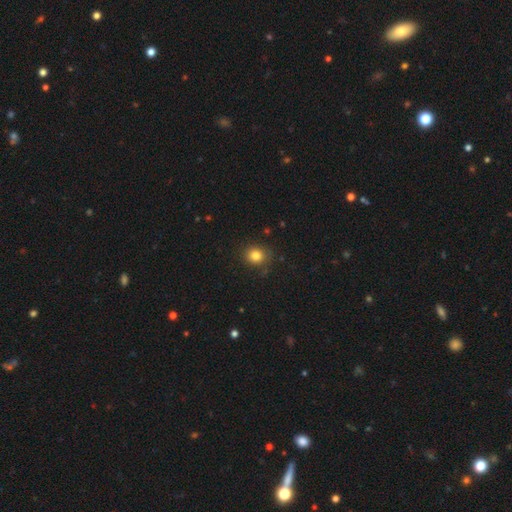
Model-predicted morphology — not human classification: smooth-or-featured: smooth: 82% | star or artifact: 12% | featured or disk: 6%
  how-rounded: round: 79% | in between: 20% | cigar-shaped: 1%
  merging: none: 84% | minor disturbance: 12% | major disturbance: 3% | merger: 1%